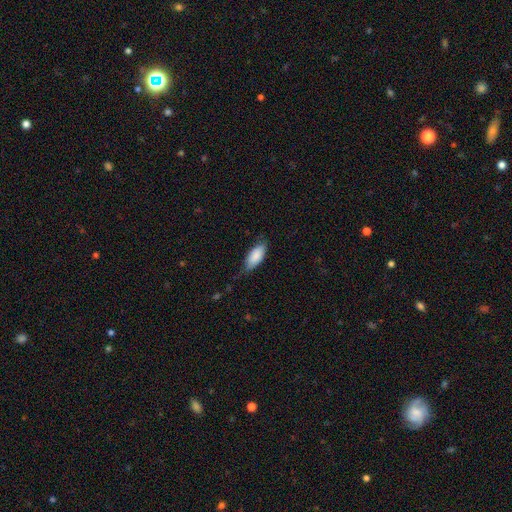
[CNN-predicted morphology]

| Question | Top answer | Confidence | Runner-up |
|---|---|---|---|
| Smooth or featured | smooth | 85% | featured or disk (9%) |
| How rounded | in between | 84% | cigar-shaped (14%) |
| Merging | none | 59% | minor disturbance (32%) |